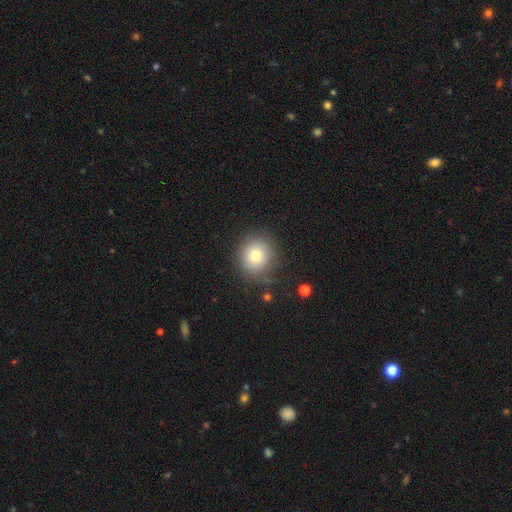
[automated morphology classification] Smooth or featured: smooth — 76% (star or artifact — 12%)
How rounded: round — 87% (in between — 12%)
Merging: none — 83% (minor disturbance — 11%)